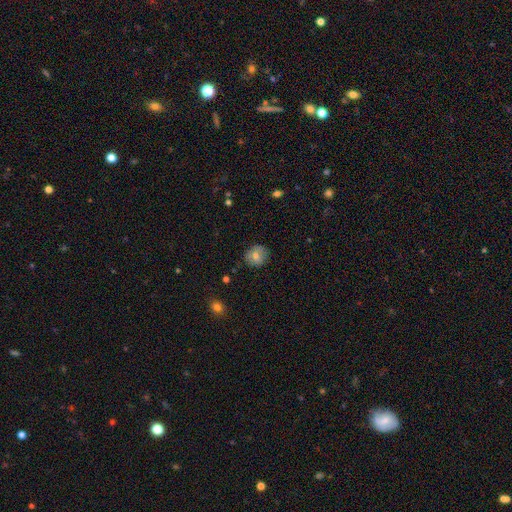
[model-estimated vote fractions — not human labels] A smooth galaxy with no disk features (68%) that is round (83%). Merging: none (82%).